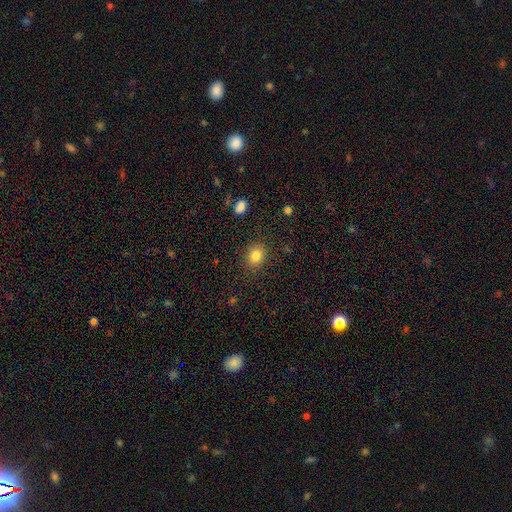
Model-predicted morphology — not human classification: A smooth galaxy with no disk features (83%) that is round (61%).

Vote fractions:
- Smooth or featured? smooth: 83% / star or artifact: 11% / featured or disk: 6%
- How rounded? round: 61% / in between: 38% / cigar-shaped: 1%
- Merging? none: 87% / minor disturbance: 9% / major disturbance: 3% / merger: 1%